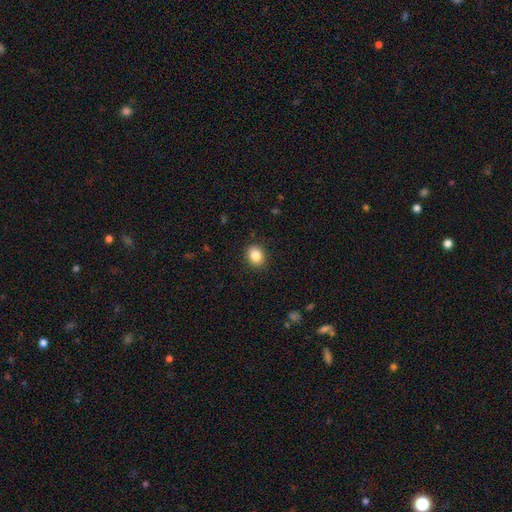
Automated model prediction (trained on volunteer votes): This is clearly a smooth galaxy (85%). How rounded: possibly round (51%). Merging: clearly none (89%).